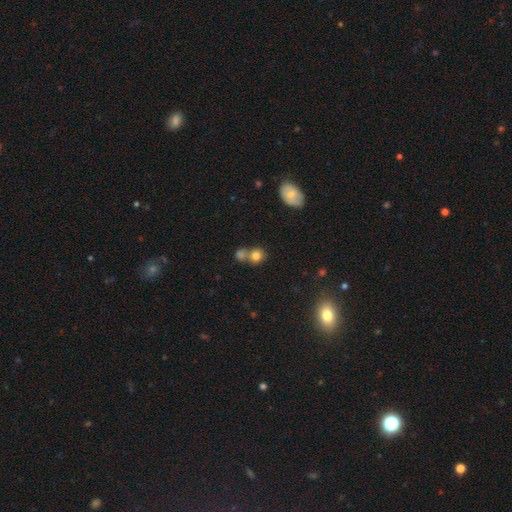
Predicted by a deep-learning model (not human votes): This is likely a smooth galaxy (79%). How rounded: clearly round (82%). Merging: possibly none (46%).